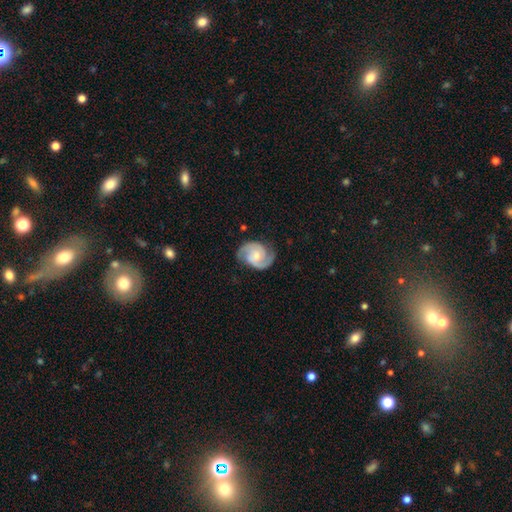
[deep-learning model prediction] Smooth or featured: featured or disk — 86% (smooth — 9%)
Edge-on disk: no — 98% (yes — 2%)
Bar: no — 52% (weak — 40%)
Spiral arms: yes — 97% (no — 3%)
Spiral winding: medium — 52% (tight — 36%)
Spiral arm count: 2 — 92% (can't tell — 3%)
Bulge size: moderate — 51% (small — 39%)
Merging: none — 78% (minor disturbance — 16%)